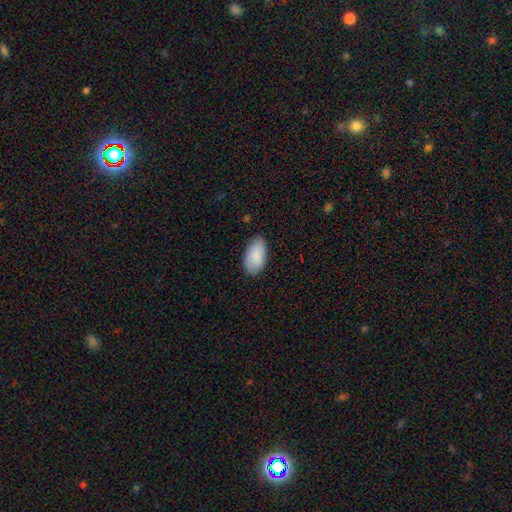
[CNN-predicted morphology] smooth-or-featured: smooth: 88% | featured or disk: 7% | star or artifact: 6%
  how-rounded: in between: 96% | round: 3% | cigar-shaped: 2%
  merging: none: 82% | minor disturbance: 14% | major disturbance: 3% | merger: 1%